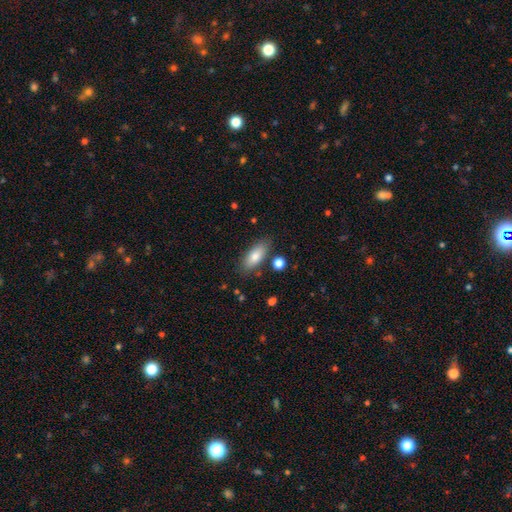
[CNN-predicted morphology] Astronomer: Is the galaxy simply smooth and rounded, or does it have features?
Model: smooth — 80%.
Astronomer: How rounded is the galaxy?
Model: in between — 81%.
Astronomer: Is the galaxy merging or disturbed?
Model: none — 81%.